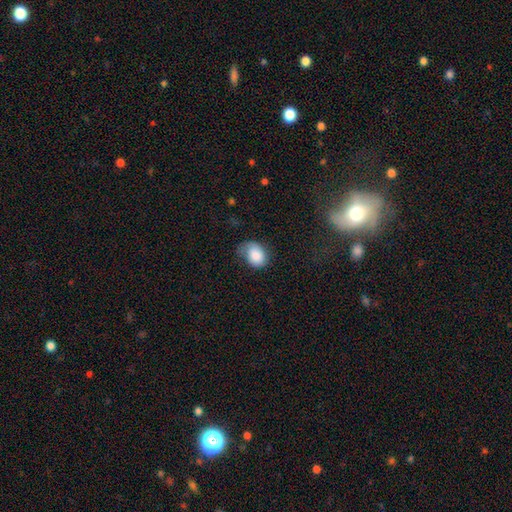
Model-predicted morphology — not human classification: A smooth galaxy with no disk features (83%) that is in between round and cigar-shaped (70%). Merging: none (43%).